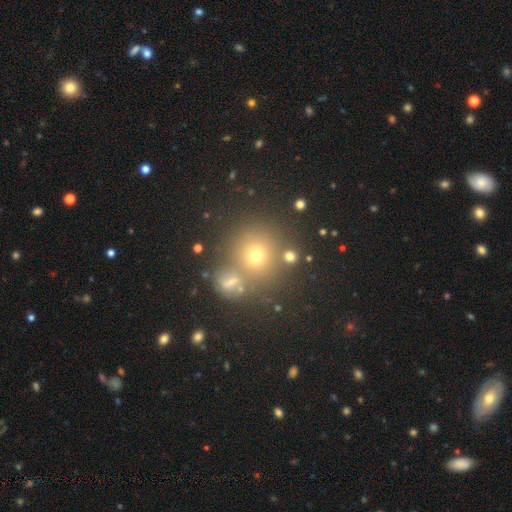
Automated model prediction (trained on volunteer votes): smooth 65%, star or artifact 23%, featured or disk 12%. Down the decision tree: how rounded — round (89%); merging — none (65%).